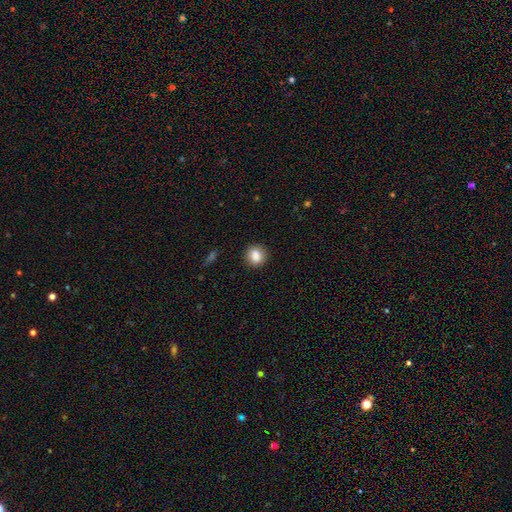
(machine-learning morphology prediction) type=smooth (85%); roundness=round (75%); merging=none (87%).